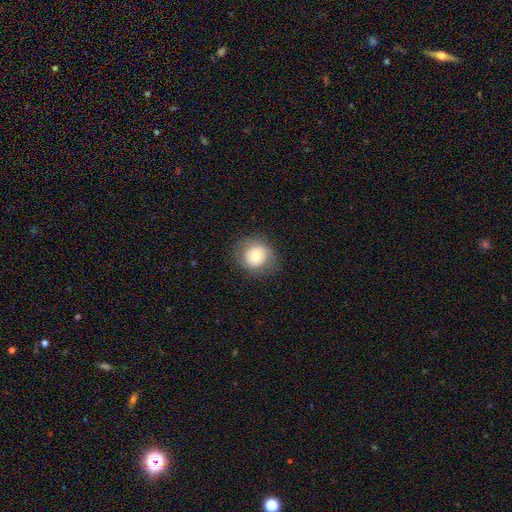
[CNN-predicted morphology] Smooth or featured?
  - smooth: 63% *
  - featured or disk: 28%
  - star or artifact: 9%
How rounded?
  - round: 82% *
  - in between: 17%
  - cigar-shaped: 1%
Merging?
  - none: 77% *
  - minor disturbance: 15%
  - major disturbance: 7%
  - merger: 1%